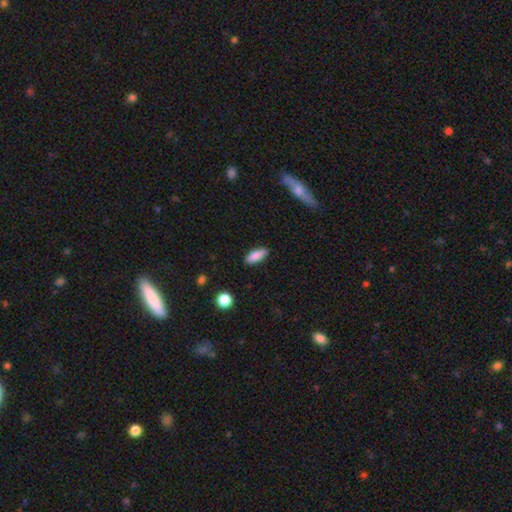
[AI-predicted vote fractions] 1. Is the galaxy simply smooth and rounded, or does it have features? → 85% smooth, 8% featured or disk, 7% star or artifact.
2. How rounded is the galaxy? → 73% in between, 25% cigar-shaped, 2% round.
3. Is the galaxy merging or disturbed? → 86% none, 11% minor disturbance, 2% major disturbance, 1% merger.